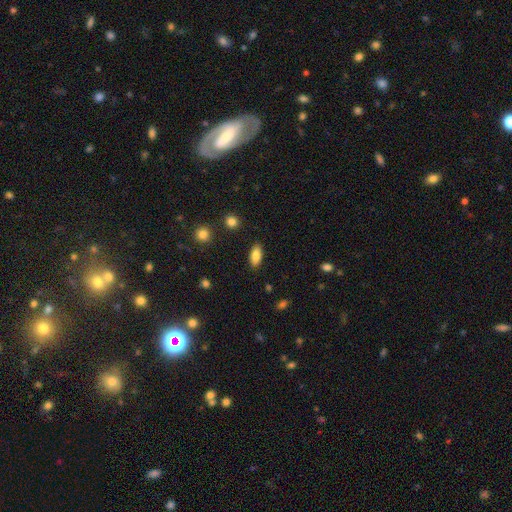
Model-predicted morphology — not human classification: The model was most divided on "how rounded": in between: 85%, cigar-shaped: 12%, round: 2%. More confident: merging — none (88%); smooth or featured — smooth (85%).